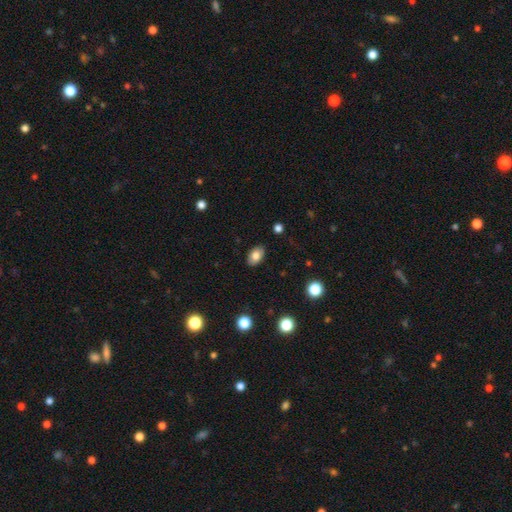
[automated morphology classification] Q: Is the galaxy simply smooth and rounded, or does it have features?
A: smooth — 81%.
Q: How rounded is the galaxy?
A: in between — 88%.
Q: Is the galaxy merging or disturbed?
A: none — 87%.